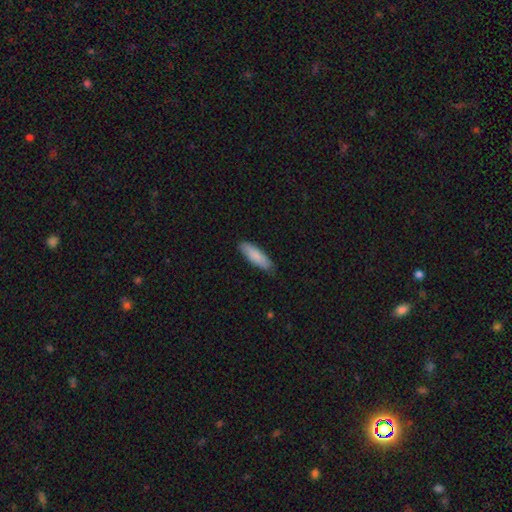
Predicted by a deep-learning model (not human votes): This is clearly a smooth galaxy (85%). How rounded: possibly cigar-shaped (52%). Merging: clearly none (82%).